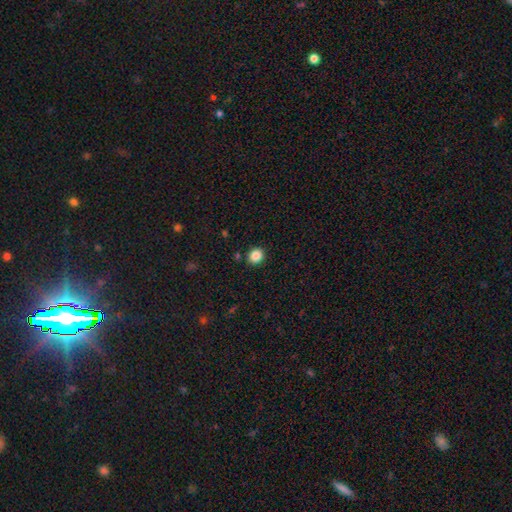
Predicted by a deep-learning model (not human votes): smooth-or-featured: smooth: 85% | star or artifact: 11% | featured or disk: 4%
  how-rounded: round: 79% | in between: 20% | cigar-shaped: 1%
  merging: none: 89% | minor disturbance: 7% | merger: 2% | major disturbance: 2%